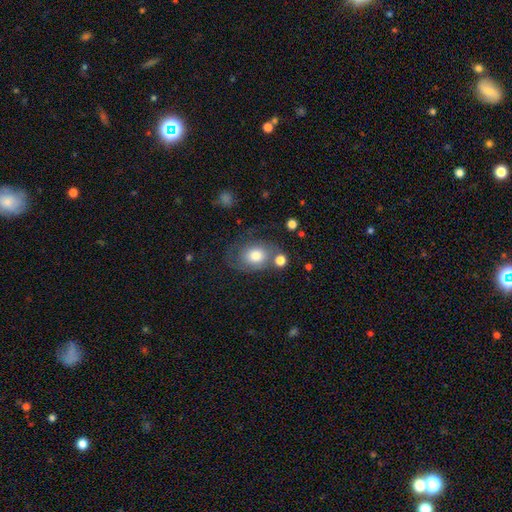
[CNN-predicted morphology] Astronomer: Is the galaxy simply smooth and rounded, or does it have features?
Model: smooth — 66%.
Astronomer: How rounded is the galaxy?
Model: in between — 61% (runner-up: round, 38%).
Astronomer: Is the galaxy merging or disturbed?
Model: none — 51%.